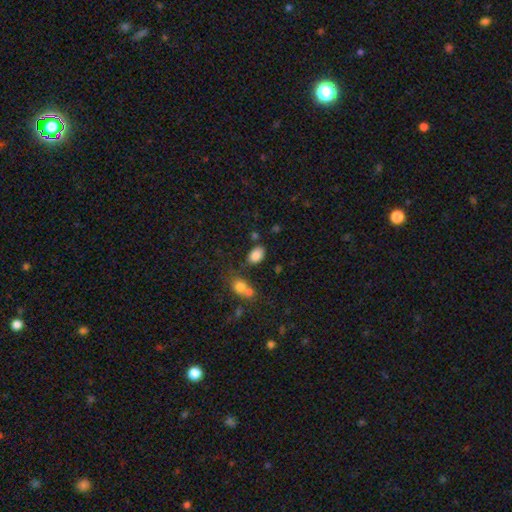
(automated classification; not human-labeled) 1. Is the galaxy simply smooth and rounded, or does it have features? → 84% smooth, 9% star or artifact, 6% featured or disk.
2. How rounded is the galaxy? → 88% in between, 11% round, 1% cigar-shaped.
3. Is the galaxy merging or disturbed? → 73% none, 14% minor disturbance, 9% merger, 4% major disturbance.